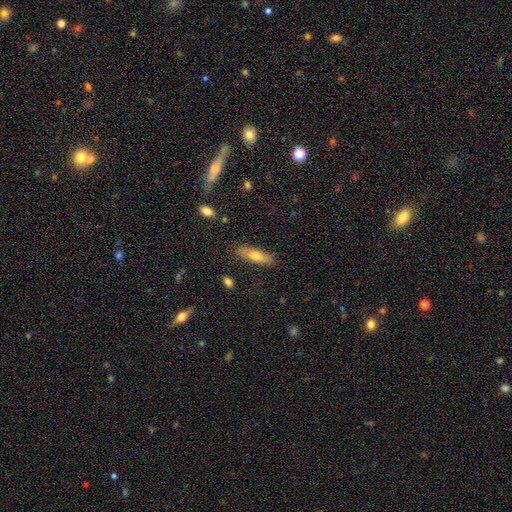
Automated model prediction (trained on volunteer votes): Smooth or featured? smooth (65%)
How rounded? cigar-shaped (62%)
Merging? none (85%)